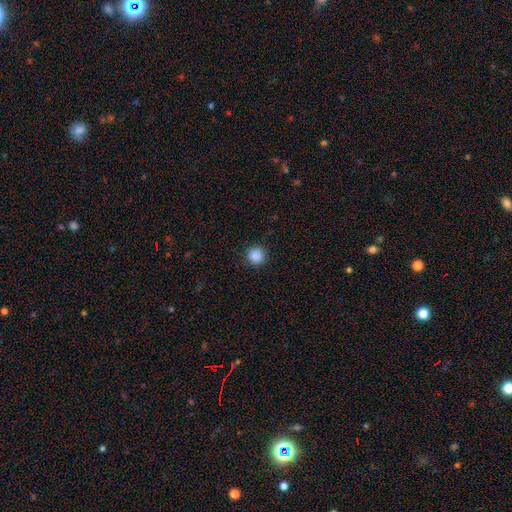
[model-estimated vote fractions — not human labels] Q: Smooth or featured?
A: smooth (88%); runner-up: star or artifact (10%)
Q: How rounded?
A: round (94%); runner-up: in between (5%)
Q: Merging?
A: none (90%); runner-up: minor disturbance (7%)